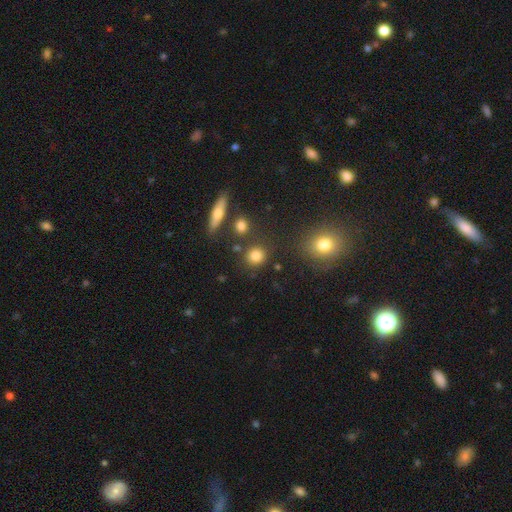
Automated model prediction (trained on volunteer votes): smooth_or_featured: smooth (p=0.81) [alt: star or artifact p=0.12]
how_rounded: round (p=0.83) [alt: in between p=0.15]
merging: none (p=0.81) [alt: minor disturbance p=0.09]